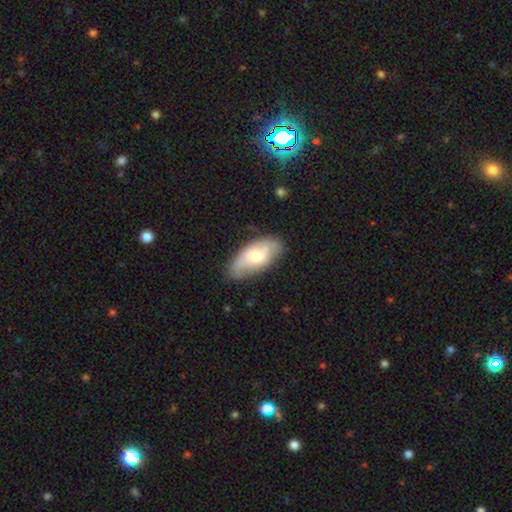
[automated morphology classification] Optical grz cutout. It shows a smooth galaxy with no disk features (56%) that is in between round and cigar-shaped (90%). Merging: none (74%).